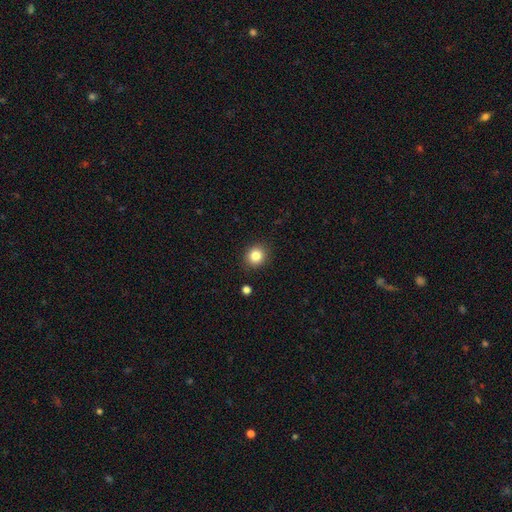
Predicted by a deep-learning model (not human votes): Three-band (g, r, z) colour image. It shows a smooth galaxy with no disk features (83%) that is round (82%). Merging: none (89%).